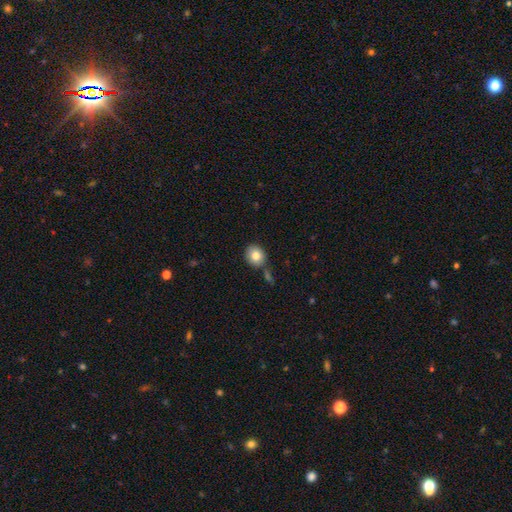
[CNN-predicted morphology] The model was most divided on "how rounded": round: 74%, in between: 25%, cigar-shaped: 1%. More confident: smooth or featured — smooth (83%); merging — none (74%).